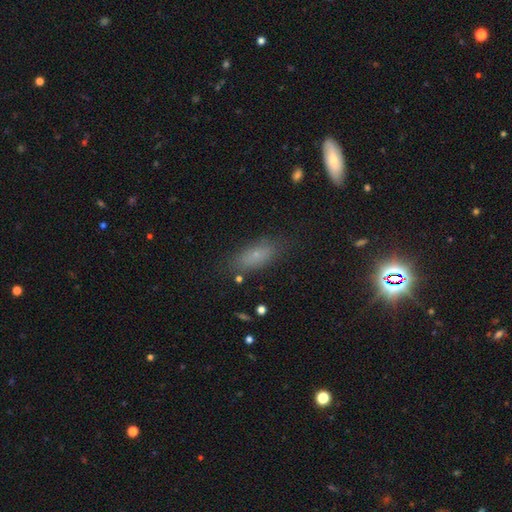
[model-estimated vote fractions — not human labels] smooth_or_featured: smooth (p=0.71) [alt: featured or disk p=0.15]
how_rounded: in between (p=0.76) [alt: cigar-shaped p=0.20]
merging: none (p=0.77) [alt: minor disturbance p=0.15]